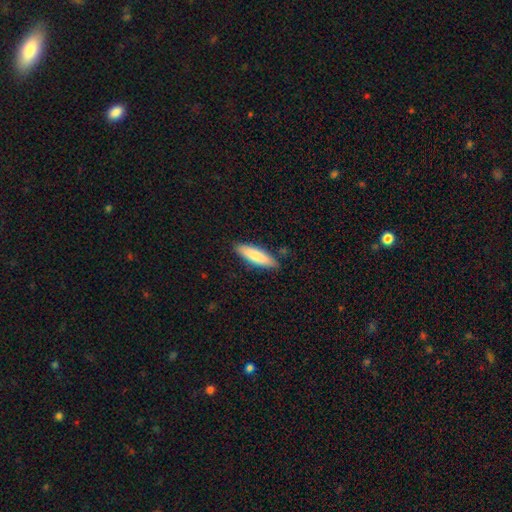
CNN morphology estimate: smooth_or_featured: smooth (p=0.82) [alt: featured or disk p=0.13]
how_rounded: cigar-shaped (p=0.60) [alt: in between p=0.38]
merging: none (p=0.85) [alt: minor disturbance p=0.11]